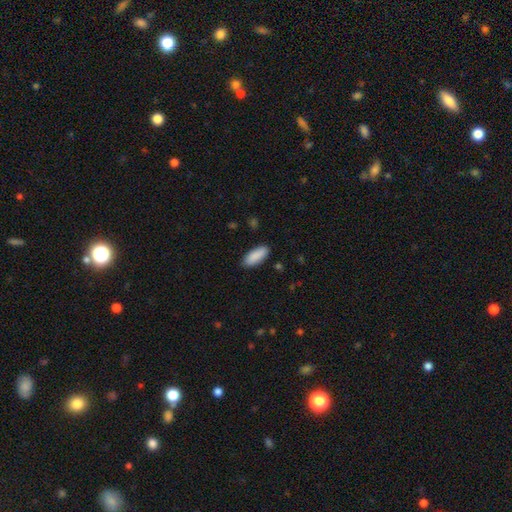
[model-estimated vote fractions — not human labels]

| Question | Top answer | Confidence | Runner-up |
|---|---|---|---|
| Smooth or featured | smooth | 90% | star or artifact (6%) |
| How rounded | in between | 82% | cigar-shaped (16%) |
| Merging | none | 88% | minor disturbance (9%) |